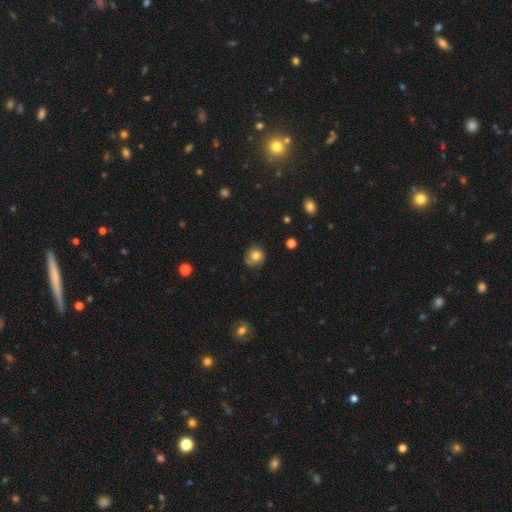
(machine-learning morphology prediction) type=smooth (76%); roundness=round (89%); merging=none (74%).